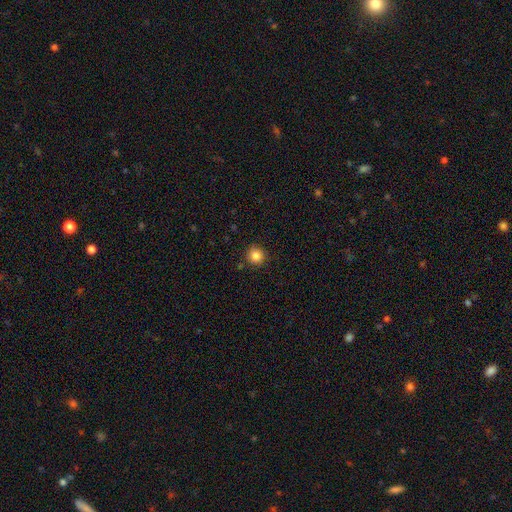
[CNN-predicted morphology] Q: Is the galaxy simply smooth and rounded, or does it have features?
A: smooth — 85%.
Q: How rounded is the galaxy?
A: round — 94%.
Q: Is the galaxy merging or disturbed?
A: none — 89%.